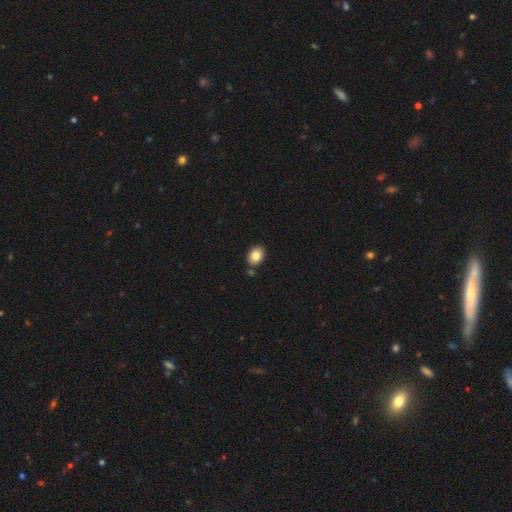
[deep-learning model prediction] smooth 84%, star or artifact 8%, featured or disk 8%. Down the decision tree: how rounded — in between (71%); merging — none (82%).